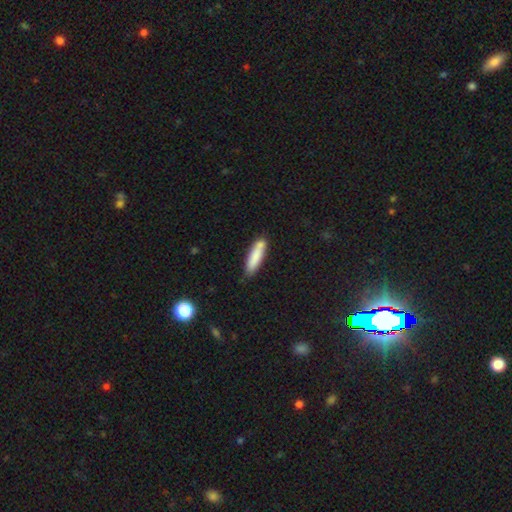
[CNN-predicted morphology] Smooth or featured? smooth (80%)
How rounded? cigar-shaped (76%)
Merging? none (71%)